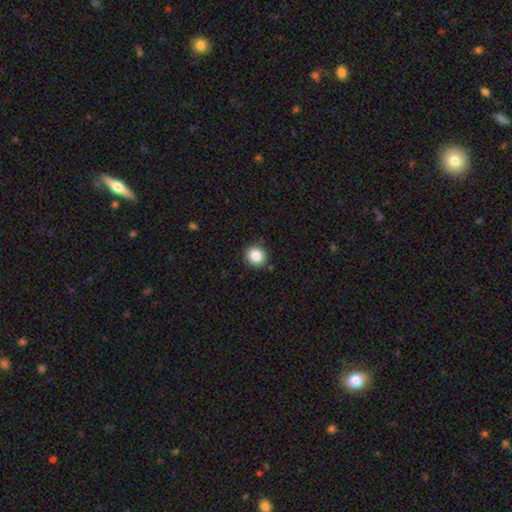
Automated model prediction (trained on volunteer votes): A smooth galaxy with no disk features (85%) that is round (90%). Merging: none (88%).